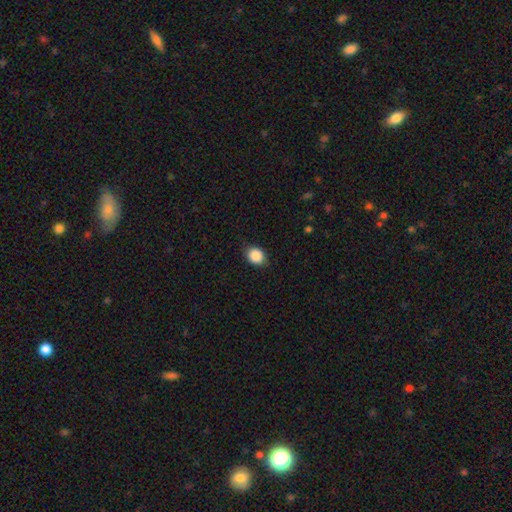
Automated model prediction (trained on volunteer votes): smooth 87%, star or artifact 8%, featured or disk 5%. Down the decision tree: how rounded — round (57%); merging — none (82%).